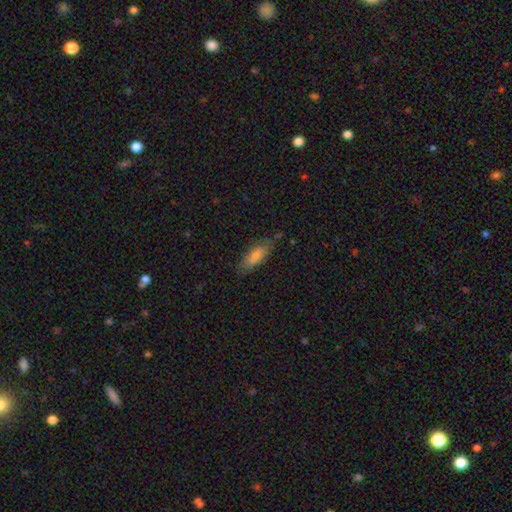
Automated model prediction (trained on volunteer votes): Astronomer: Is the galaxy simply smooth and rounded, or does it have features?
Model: smooth — 80%.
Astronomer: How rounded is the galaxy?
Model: in between — 69%.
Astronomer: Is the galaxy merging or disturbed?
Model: none — 69%.